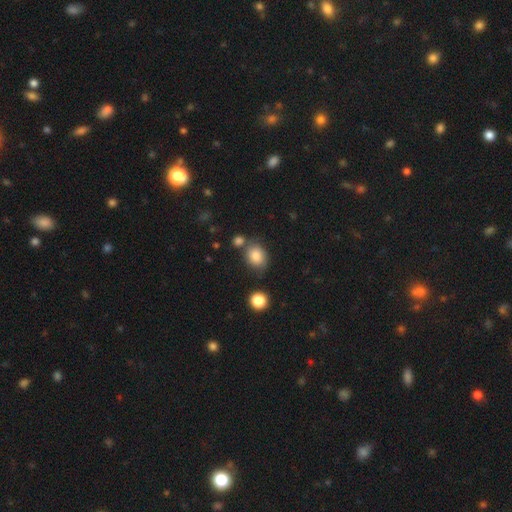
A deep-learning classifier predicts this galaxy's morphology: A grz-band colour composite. It shows a smooth galaxy with no disk features (84%) that is in between round and cigar-shaped (55%). Merging: none (66%).